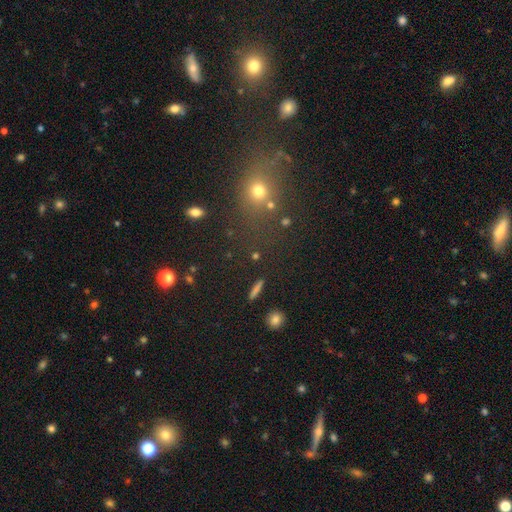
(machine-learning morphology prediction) Smooth or featured? smooth (52%)
How rounded? round (39%)
Merging? none (79%)